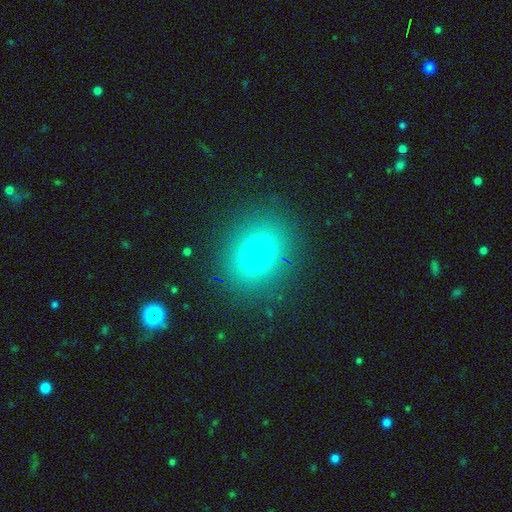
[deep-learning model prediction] Smooth or featured: smooth — 72% (star or artifact — 16%)
How rounded: round — 58% (in between — 41%)
Merging: none — 86% (minor disturbance — 9%)